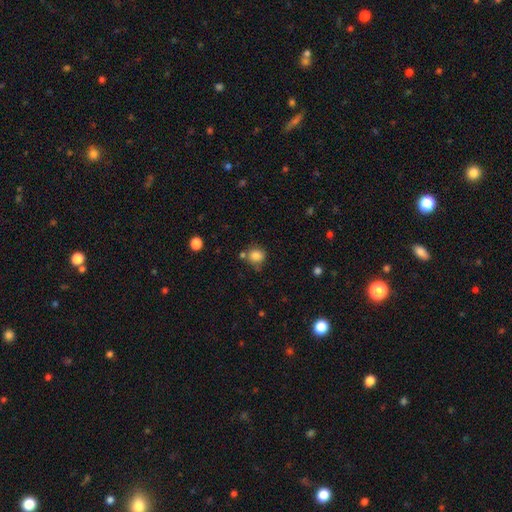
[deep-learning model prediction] A smooth galaxy with no disk features (83%) that is round (82%). Merging: none (68%).